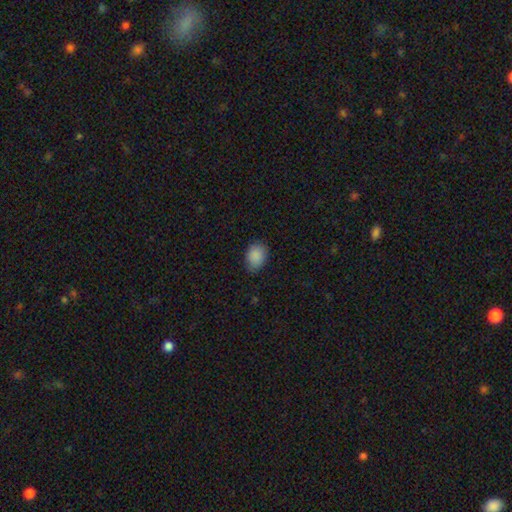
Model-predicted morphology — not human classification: smooth 88%, star or artifact 8%, featured or disk 4%. Down the decision tree: how rounded — in between (69%); merging — none (77%).